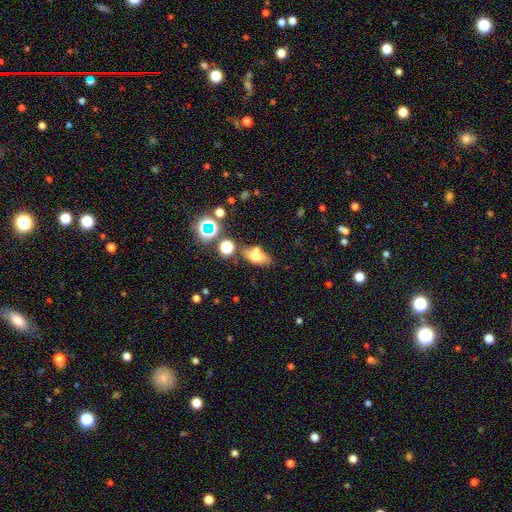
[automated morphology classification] smooth 64%, featured or disk 21%, star or artifact 15%. Down the decision tree: how rounded — in between (79%); merging — none (61%).